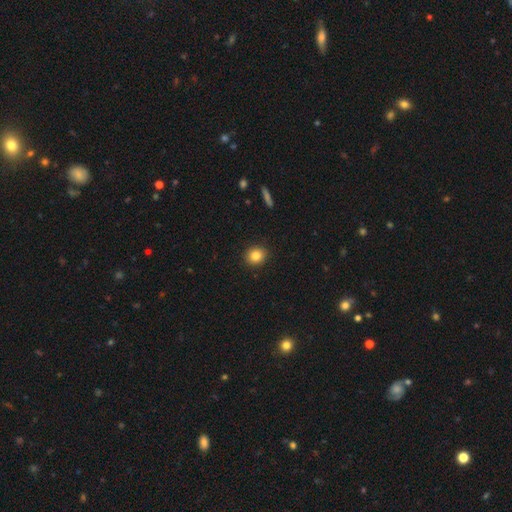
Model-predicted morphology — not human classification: A smooth galaxy with no disk features (84%) that is round (76%).

Vote fractions:
- Smooth or featured? smooth: 84% / star or artifact: 10% / featured or disk: 6%
- How rounded? round: 76% / in between: 23% / cigar-shaped: 1%
- Merging? none: 91% / minor disturbance: 6% / major disturbance: 2% / merger: 1%